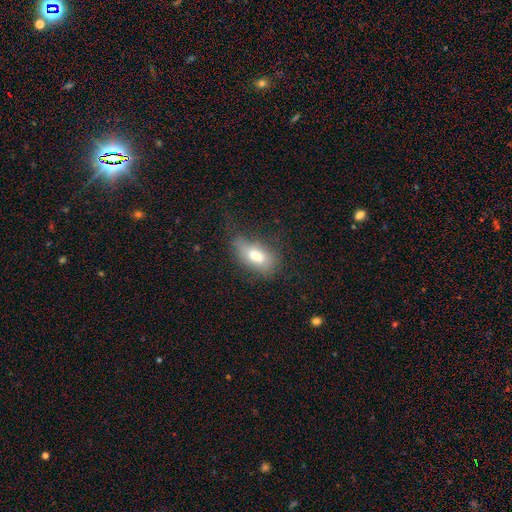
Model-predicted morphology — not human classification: The model was most divided on "merging": none: 43%, minor disturbance: 33%, major disturbance: 21%, merger: 3%. More confident: how rounded — in between (87%); smooth or featured — smooth (73%).